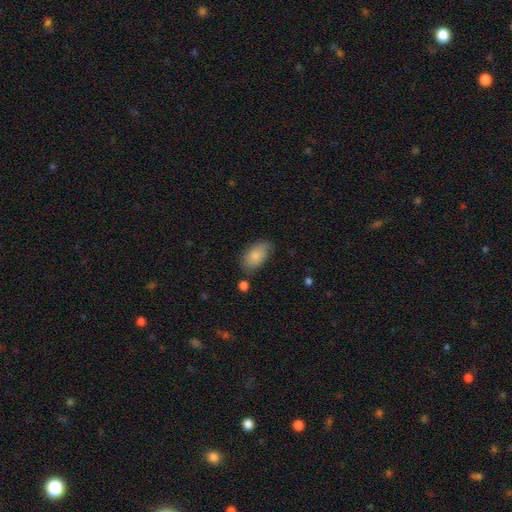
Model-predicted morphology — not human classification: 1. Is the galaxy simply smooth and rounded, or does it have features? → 84% smooth, 10% featured or disk, 6% star or artifact.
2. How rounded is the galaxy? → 93% in between, 4% round, 2% cigar-shaped.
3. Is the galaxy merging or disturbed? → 70% none, 21% minor disturbance, 5% major disturbance, 4% merger.